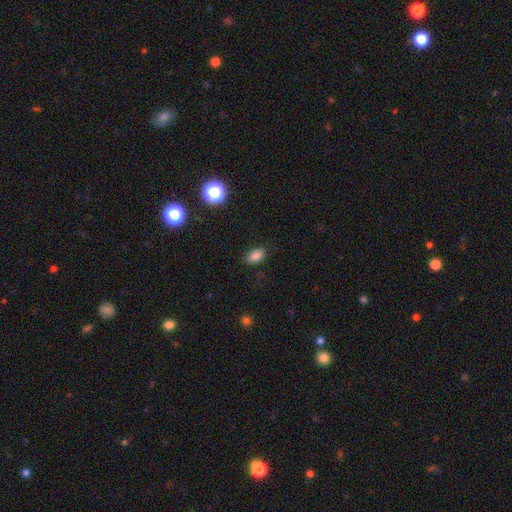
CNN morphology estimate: Q: Smooth or featured?
A: smooth (84%); runner-up: star or artifact (12%)
Q: How rounded?
A: in between (89%); runner-up: round (8%)
Q: Merging?
A: none (84%); runner-up: minor disturbance (12%)